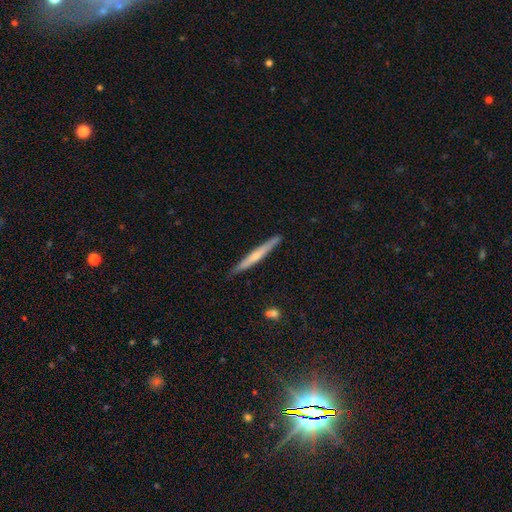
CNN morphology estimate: This appears to be a featured or disk galaxy (48%). Merging: none (88%).